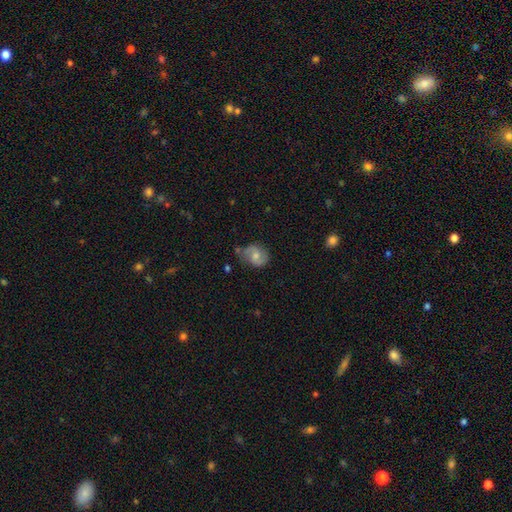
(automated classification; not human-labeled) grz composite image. It shows a smooth galaxy with no disk features (47%). Merging: none (59%).